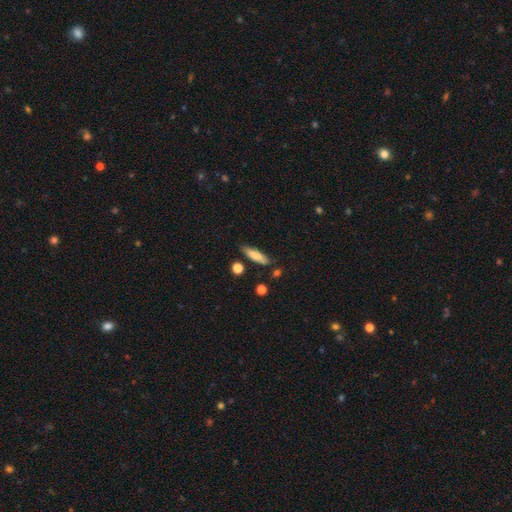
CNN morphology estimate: type=smooth (76%); roundness=cigar-shaped (63%); merging=none (77%).